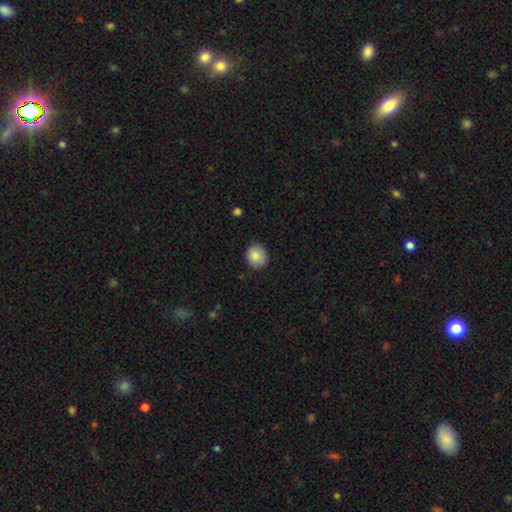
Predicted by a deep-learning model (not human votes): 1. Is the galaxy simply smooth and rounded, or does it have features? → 86% smooth, 8% star or artifact, 6% featured or disk.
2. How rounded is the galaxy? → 83% round, 16% in between, 1% cigar-shaped.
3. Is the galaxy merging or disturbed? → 85% none, 12% minor disturbance, 2% major disturbance, 1% merger.